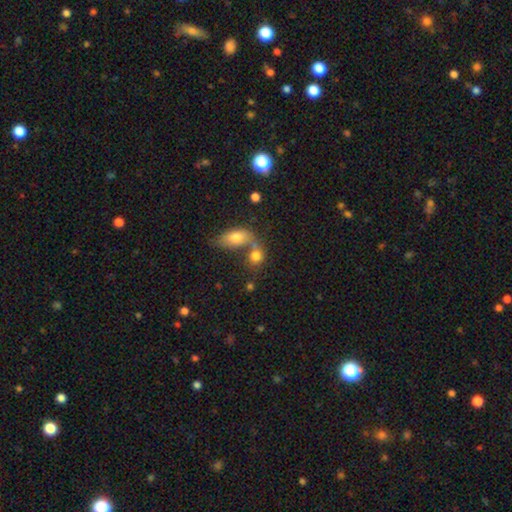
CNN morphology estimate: smooth-or-featured: smooth: 79% | featured or disk: 12% | star or artifact: 9%
  how-rounded: in between: 49% | round: 48% | cigar-shaped: 2%
  merging: merger: 57% | none: 29% | minor disturbance: 8% | major disturbance: 6%